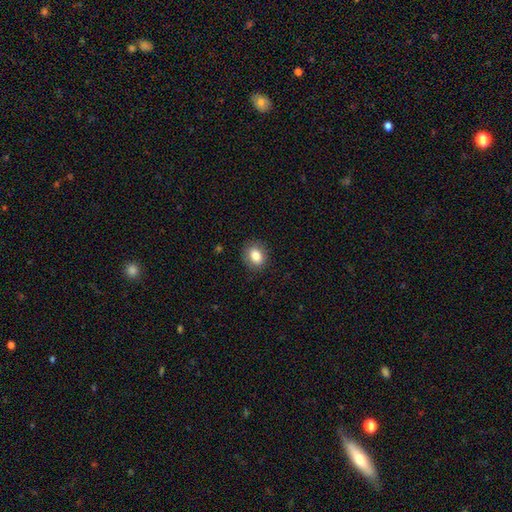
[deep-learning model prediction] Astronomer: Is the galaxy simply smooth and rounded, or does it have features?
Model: smooth — 84%.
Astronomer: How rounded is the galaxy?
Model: in between — 51% (runner-up: round, 48%).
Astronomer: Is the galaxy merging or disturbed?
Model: none — 87%.